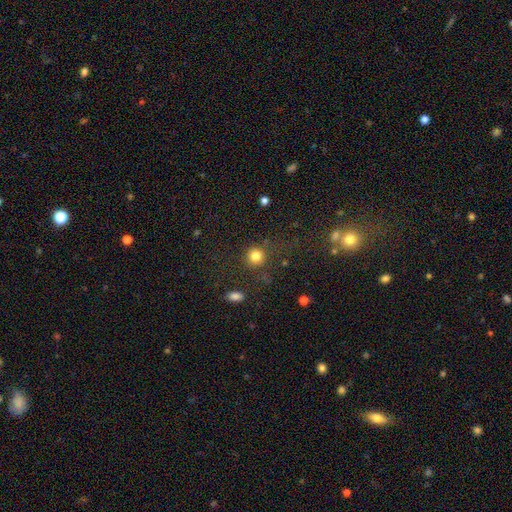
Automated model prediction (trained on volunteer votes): A smooth galaxy with no disk features (82%) that is round (91%).

Vote fractions:
- Smooth or featured? smooth: 82% / star or artifact: 13% / featured or disk: 6%
- How rounded? round: 91% / in between: 8% / cigar-shaped: 1%
- Merging? none: 81% / minor disturbance: 10% / major disturbance: 5% / merger: 4%